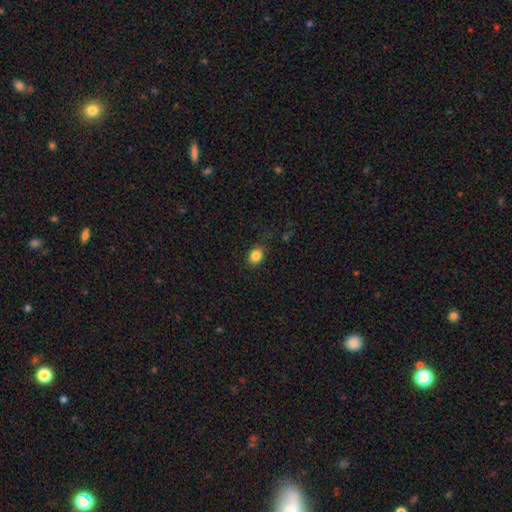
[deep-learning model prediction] Overall: smooth (84%). How rounded: round (59%; in between 40%). Merging: none (81%).